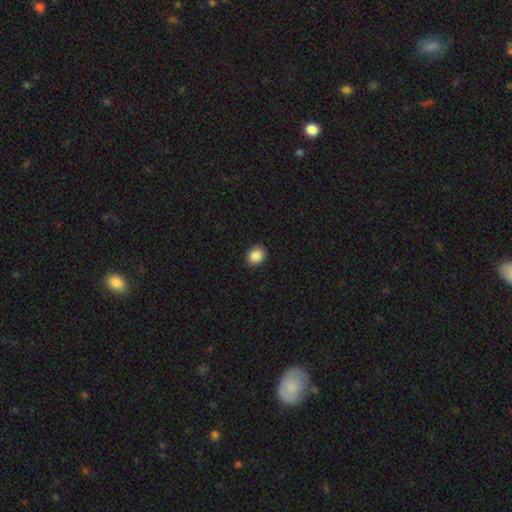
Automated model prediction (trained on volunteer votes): smooth_or_featured: smooth (p=0.88) [alt: star or artifact p=0.09]
how_rounded: round (p=0.58) [alt: in between p=0.41]
merging: none (p=0.91) [alt: minor disturbance p=0.06]